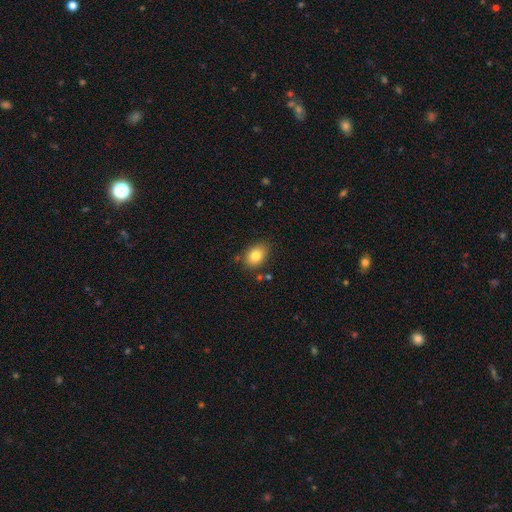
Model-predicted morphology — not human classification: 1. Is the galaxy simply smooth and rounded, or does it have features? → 81% smooth, 10% featured or disk, 9% star or artifact.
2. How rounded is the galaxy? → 75% in between, 24% round, 1% cigar-shaped.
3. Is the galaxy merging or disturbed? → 80% none, 14% minor disturbance, 3% merger, 3% major disturbance.